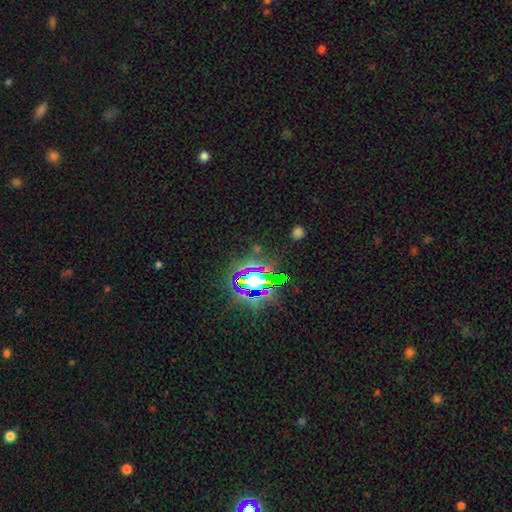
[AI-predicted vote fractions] smooth_or_featured: star or artifact (p=0.79) [alt: smooth p=0.12]